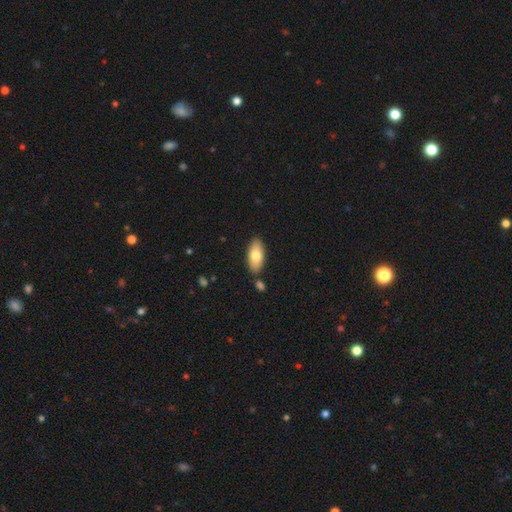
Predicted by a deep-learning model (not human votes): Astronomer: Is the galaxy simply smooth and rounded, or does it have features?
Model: smooth — 77%.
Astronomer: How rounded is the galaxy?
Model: in between — 87%.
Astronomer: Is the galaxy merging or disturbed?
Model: none — 82%.